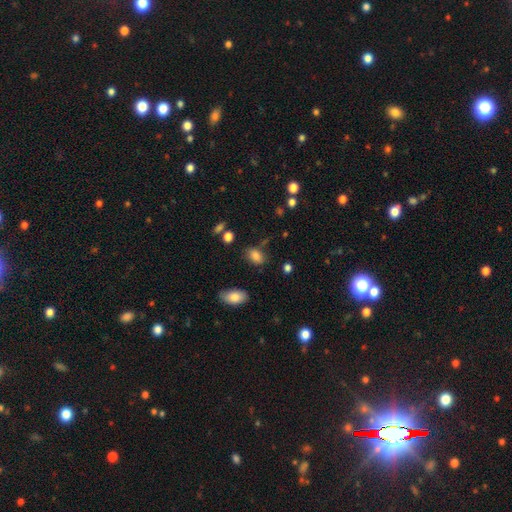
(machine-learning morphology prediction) A smooth galaxy with no disk features (83%) that is in between round and cigar-shaped (84%).

Vote fractions:
- Smooth or featured? smooth: 83% / star or artifact: 10% / featured or disk: 7%
- How rounded? in between: 84% / round: 14% / cigar-shaped: 2%
- Merging? none: 73% / minor disturbance: 17% / merger: 5% / major disturbance: 5%